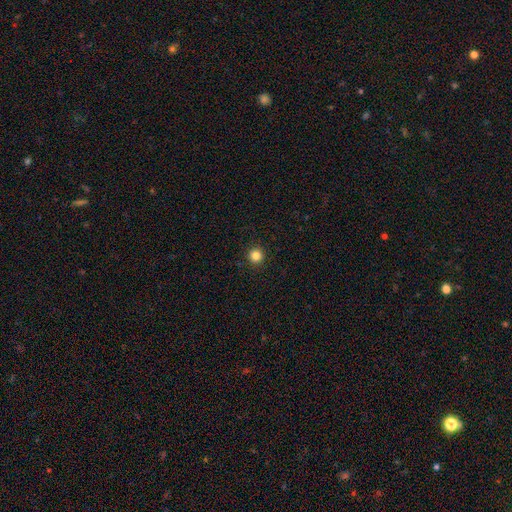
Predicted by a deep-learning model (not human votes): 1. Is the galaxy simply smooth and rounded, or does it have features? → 83% smooth, 12% star or artifact, 4% featured or disk.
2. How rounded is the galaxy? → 96% round, 3% in between, 1% cigar-shaped.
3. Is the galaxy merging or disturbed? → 93% none, 4% minor disturbance, 2% major disturbance, 1% merger.